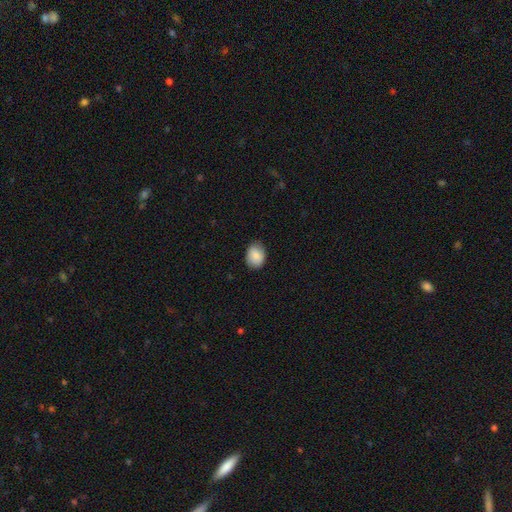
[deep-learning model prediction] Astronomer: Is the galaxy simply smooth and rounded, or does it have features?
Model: smooth — 86%.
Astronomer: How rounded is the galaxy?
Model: in between — 67%.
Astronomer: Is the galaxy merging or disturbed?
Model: none — 79%.